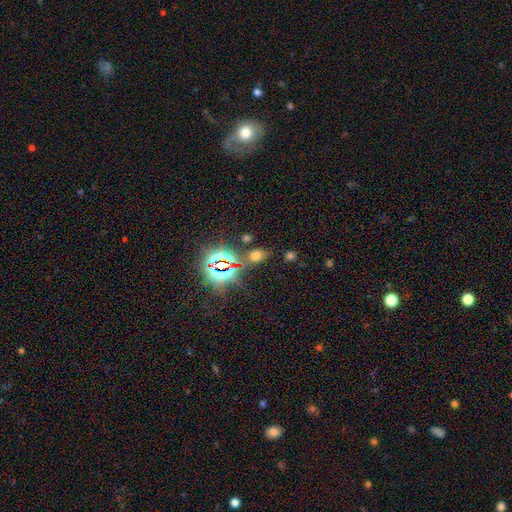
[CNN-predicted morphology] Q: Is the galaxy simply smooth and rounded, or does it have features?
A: smooth — 52%.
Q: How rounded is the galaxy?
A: in between — 73%.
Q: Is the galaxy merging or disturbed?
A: none — 76%.